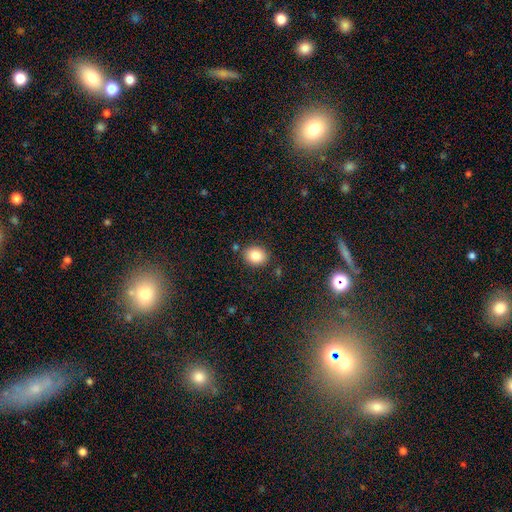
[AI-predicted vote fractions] Morphology: type=smooth (86%); roundness=round (54%); merging=none (83%).